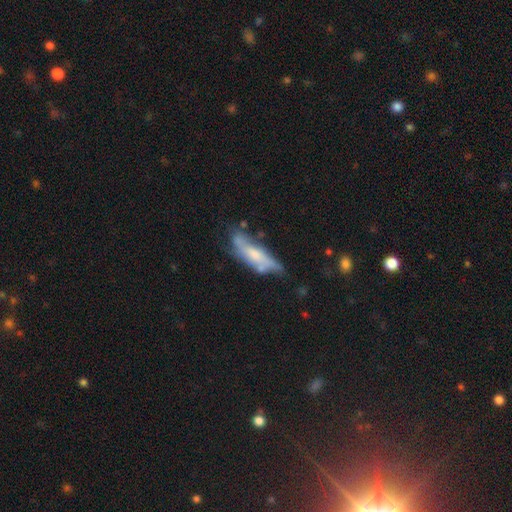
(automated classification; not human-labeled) smooth-or-featured: featured or disk: 50% | smooth: 44% | star or artifact: 7%
  merging: none: 45% | minor disturbance: 31% | major disturbance: 15% | merger: 10%